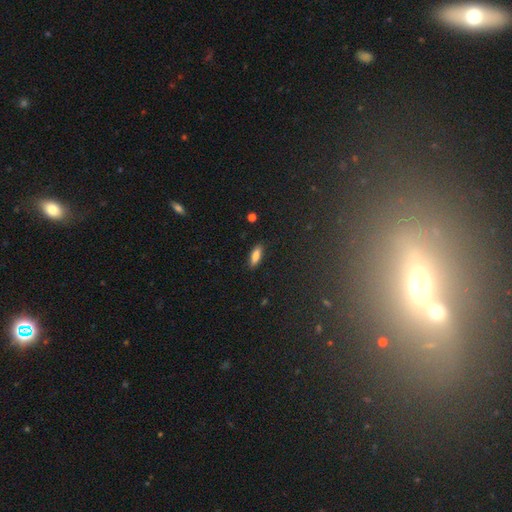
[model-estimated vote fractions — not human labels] smooth_or_featured: smooth (p=0.82) [alt: featured or disk p=0.10]
how_rounded: in between (p=0.64) [alt: cigar-shaped p=0.34]
merging: none (p=0.87) [alt: minor disturbance p=0.10]